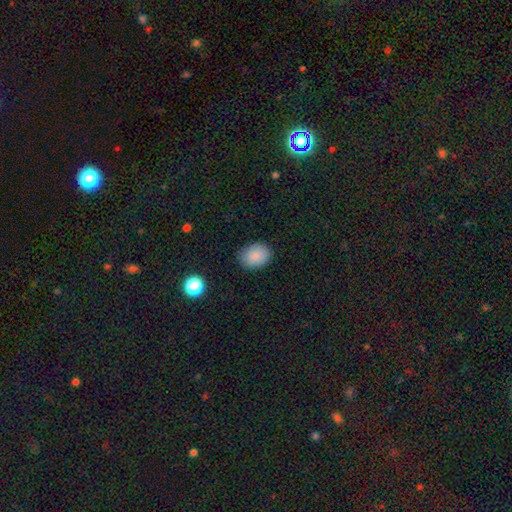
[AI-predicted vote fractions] Smooth or featured? smooth (86%)
How rounded? in between (61%)
Merging? none (85%)